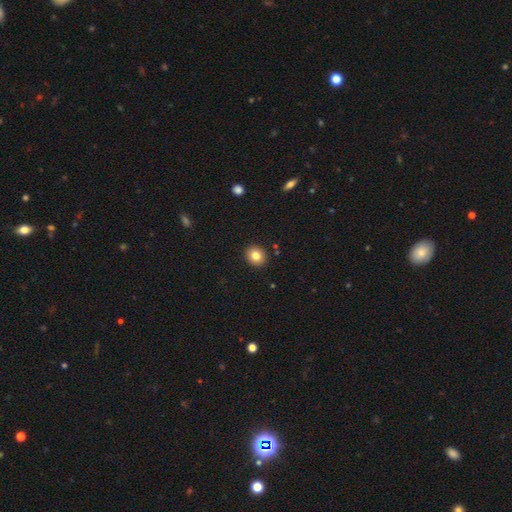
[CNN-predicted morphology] smooth-or-featured: smooth: 81% | star or artifact: 10% | featured or disk: 8%
  how-rounded: round: 73% | in between: 26% | cigar-shaped: 1%
  merging: none: 91% | minor disturbance: 6% | major disturbance: 2% | merger: 1%